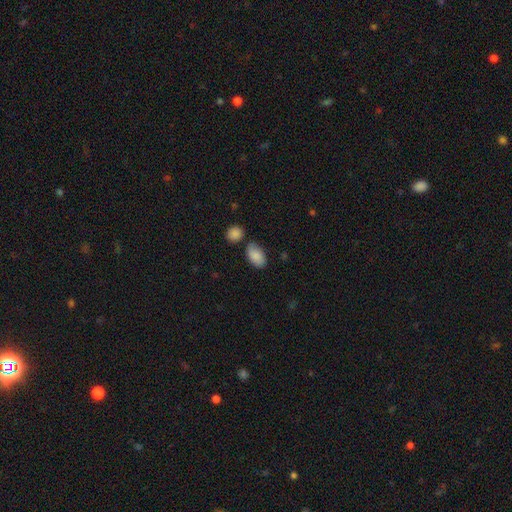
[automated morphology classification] Smooth or featured: smooth — 86% (featured or disk — 7%)
How rounded: in between — 93% (round — 5%)
Merging: none — 70% (minor disturbance — 17%)